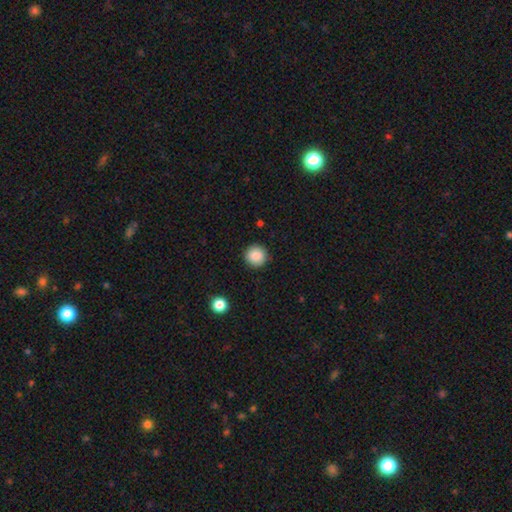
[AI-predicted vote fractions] Smooth or featured? smooth (88%)
How rounded? round (96%)
Merging? none (92%)